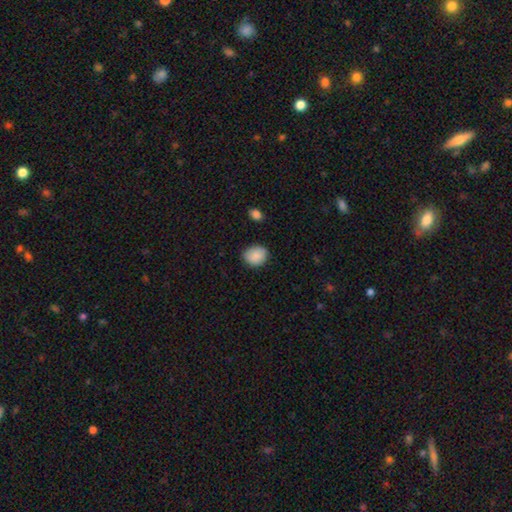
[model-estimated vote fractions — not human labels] This is clearly a smooth galaxy (89%). How rounded: possibly round (57%). Merging: clearly none (82%).